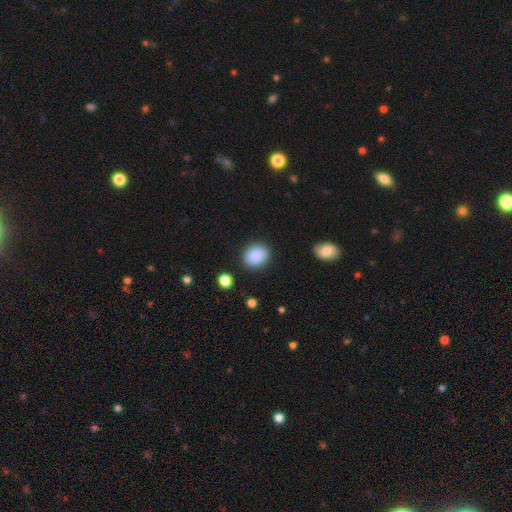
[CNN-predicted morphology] Smooth or featured? Predicted: smooth (p=0.89). How rounded? Predicted: round (p=0.59). Merging? Predicted: none (p=0.87).